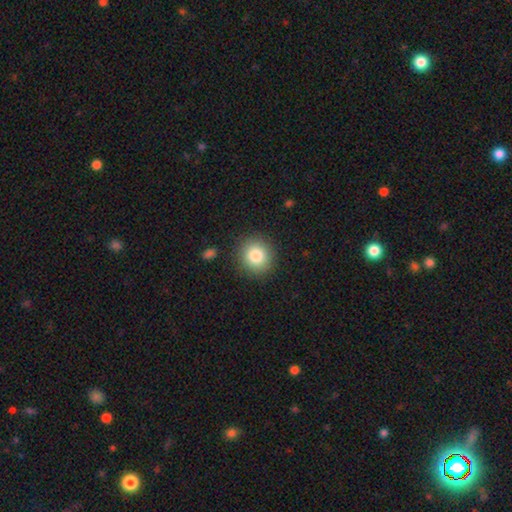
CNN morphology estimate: smooth 83%, star or artifact 10%, featured or disk 8%. Down the decision tree: how rounded — round (89%); merging — none (89%).